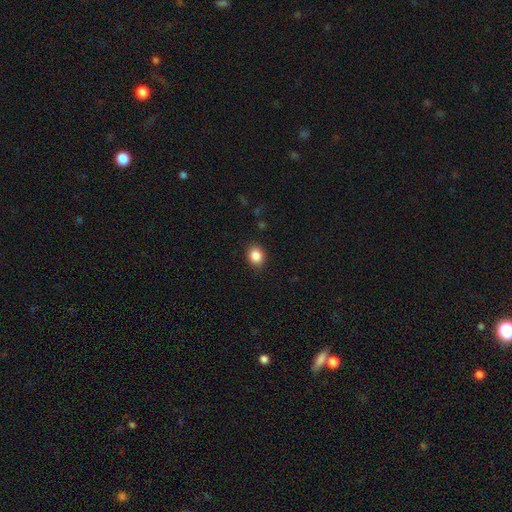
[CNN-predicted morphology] type=smooth (87%); roundness=round (58%); merging=none (88%).